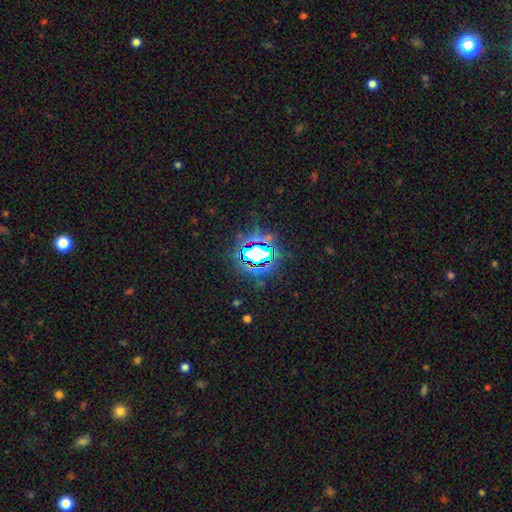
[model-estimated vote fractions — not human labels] Smooth or featured? Predicted: star or artifact (p=0.72).